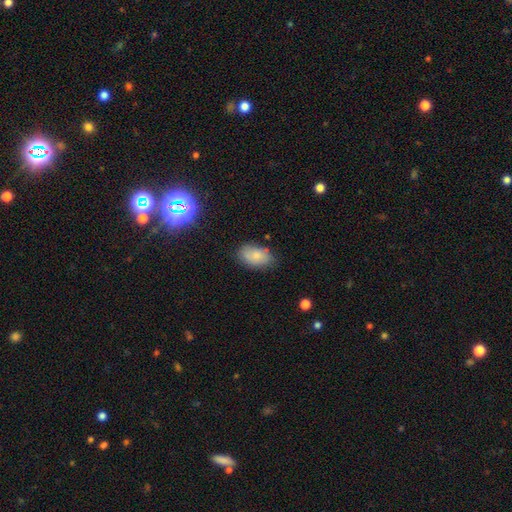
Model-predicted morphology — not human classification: smooth 78%, featured or disk 13%, star or artifact 9%. Down the decision tree: how rounded — in between (90%); merging — none (74%).